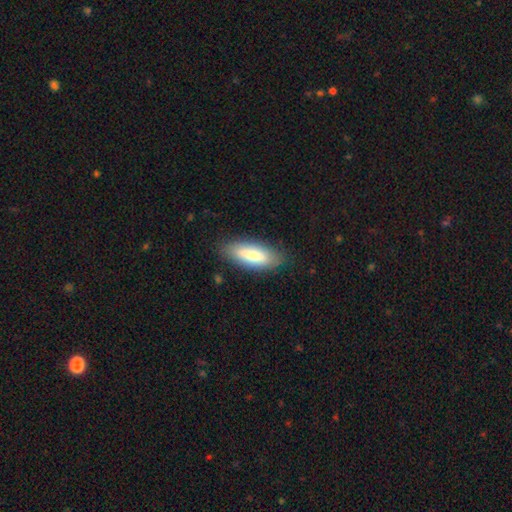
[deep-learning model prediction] Smooth or featured: smooth — 77% (featured or disk — 17%)
How rounded: in between — 68% (cigar-shaped — 30%)
Merging: none — 83% (minor disturbance — 12%)